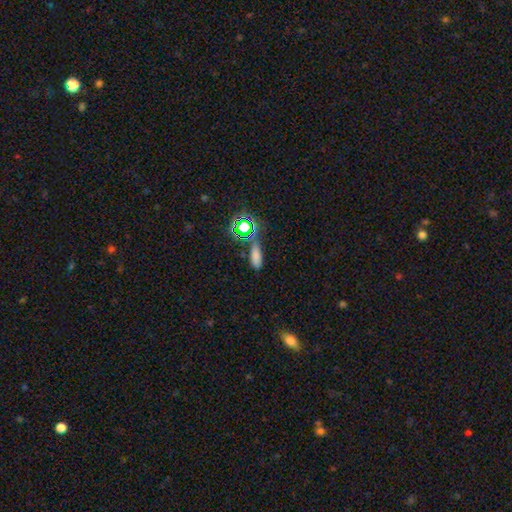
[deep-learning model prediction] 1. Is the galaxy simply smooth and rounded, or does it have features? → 70% smooth, 23% star or artifact, 7% featured or disk.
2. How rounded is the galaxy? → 67% in between, 26% cigar-shaped, 7% round.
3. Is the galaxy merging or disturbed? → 74% none, 15% minor disturbance, 6% merger, 5% major disturbance.